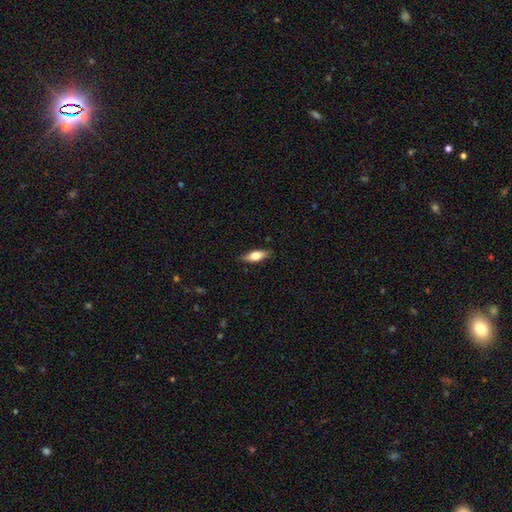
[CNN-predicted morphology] Smooth or featured? Predicted: smooth (p=0.64). How rounded? Predicted: in between (p=0.65). Merging? Predicted: none (p=0.85).